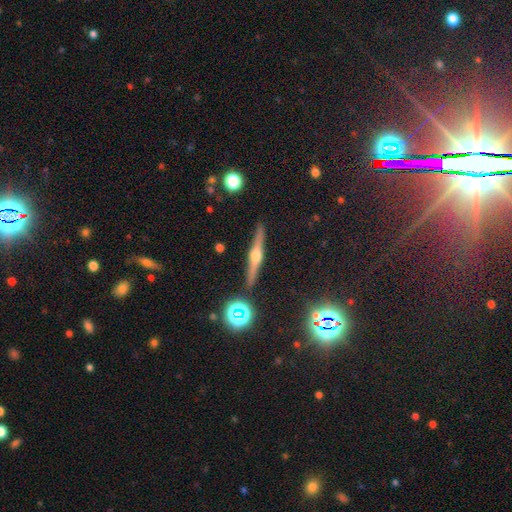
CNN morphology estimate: The model was most divided on "smooth or featured": featured or disk: 73%, smooth: 18%, star or artifact: 9%. More confident: edge-on disk — yes (97%); edge-on bulge — rounded (93%); merging — none (90%).